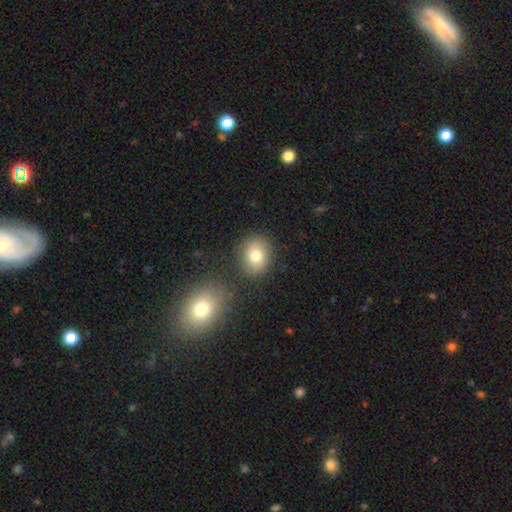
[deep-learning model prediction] Smooth or featured? smooth (79%)
How rounded? round (54%)
Merging? none (80%)